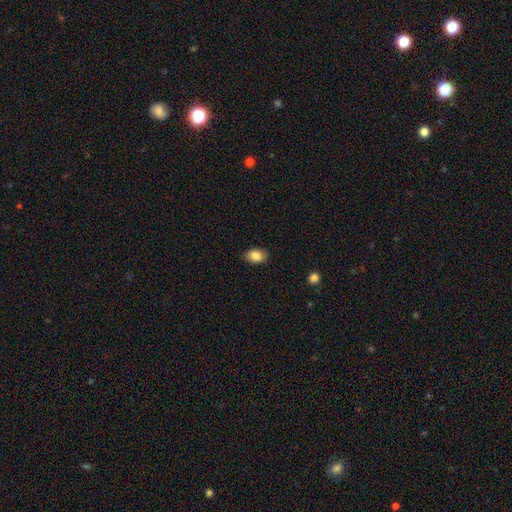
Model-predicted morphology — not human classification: Smooth or featured? Predicted: smooth (p=0.85). How rounded? Predicted: in between (p=0.75). Merging? Predicted: none (p=0.86).